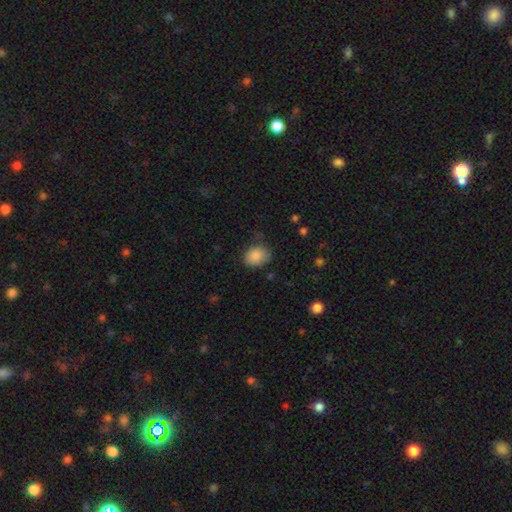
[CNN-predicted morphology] Smooth or featured? Predicted: smooth (p=0.86). How rounded? Predicted: in between (p=0.60). Merging? Predicted: none (p=0.71).